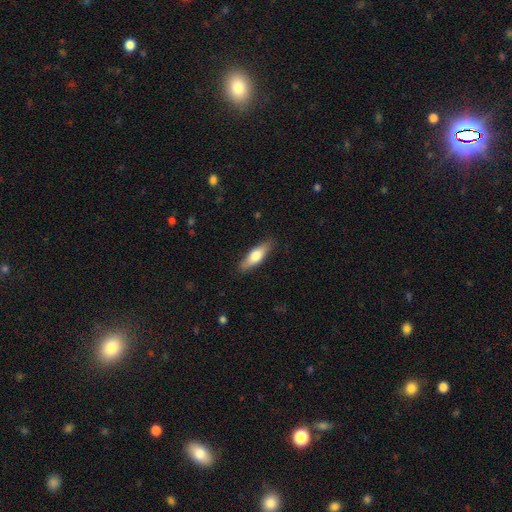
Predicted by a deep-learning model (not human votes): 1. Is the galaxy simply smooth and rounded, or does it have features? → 66% smooth, 29% featured or disk, 6% star or artifact.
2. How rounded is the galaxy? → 50% in between, 48% cigar-shaped, 2% round.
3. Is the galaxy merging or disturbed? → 86% none, 11% minor disturbance, 2% major disturbance, 1% merger.